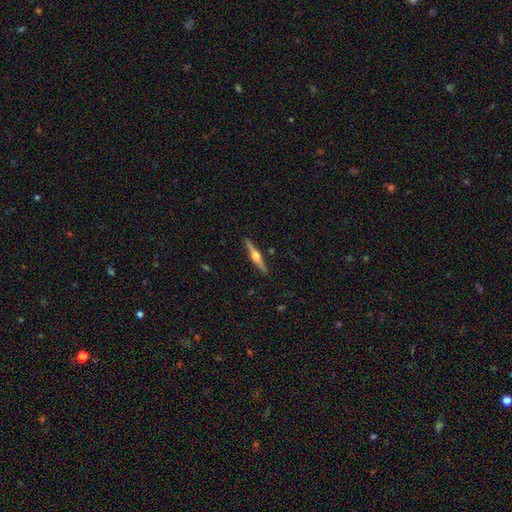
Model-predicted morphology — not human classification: This is likely a featured or disk galaxy (78%). It is clearly viewed edge-on (98%). Edge-on bulge: clearly rounded (95%). Merging: clearly none (91%).